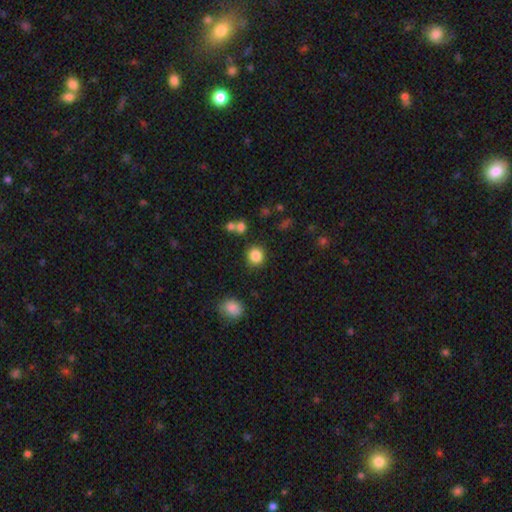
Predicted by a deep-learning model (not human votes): Smooth or featured: smooth — 85% (star or artifact — 11%)
How rounded: round — 86% (in between — 13%)
Merging: none — 83% (minor disturbance — 9%)